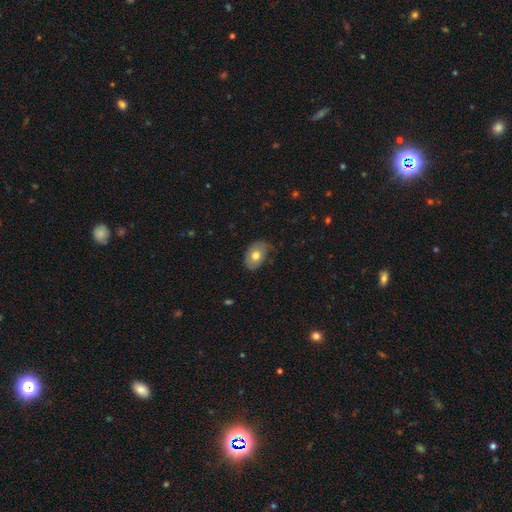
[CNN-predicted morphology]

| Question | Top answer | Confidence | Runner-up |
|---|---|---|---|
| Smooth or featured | smooth | 69% | featured or disk (23%) |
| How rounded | in between | 83% | round (16%) |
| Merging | none | 65% | minor disturbance (28%) |